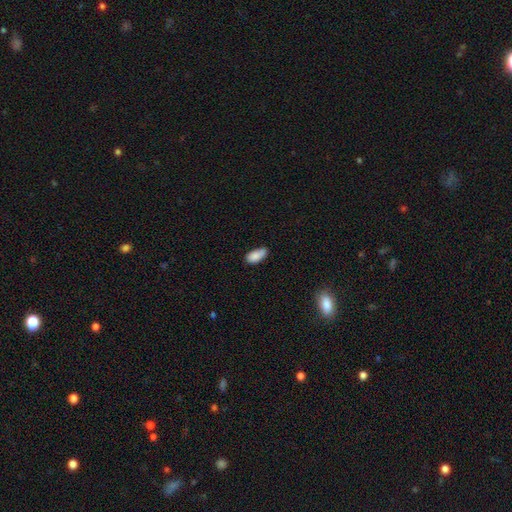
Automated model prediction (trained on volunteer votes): The model was most divided on "merging": none: 52%, minor disturbance: 33%, merger: 8%, major disturbance: 7%. More confident: how rounded — in between (89%); smooth or featured — smooth (84%).